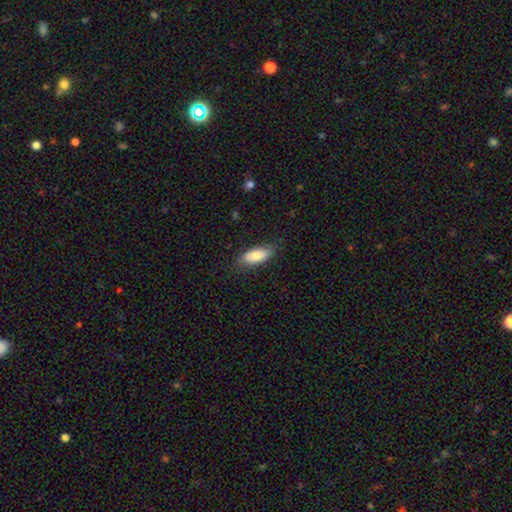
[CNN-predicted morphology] smooth-or-featured: smooth: 78% | featured or disk: 16% | star or artifact: 6%
  how-rounded: in between: 83% | cigar-shaped: 15% | round: 2%
  merging: none: 77% | minor disturbance: 18% | major disturbance: 4% | merger: 1%